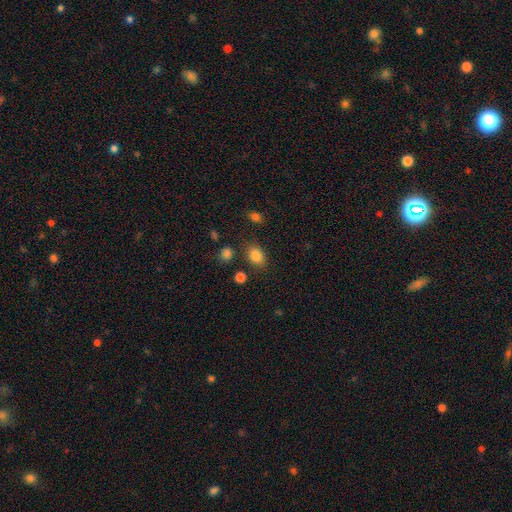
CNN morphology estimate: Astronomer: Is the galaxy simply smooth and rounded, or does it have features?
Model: smooth — 84%.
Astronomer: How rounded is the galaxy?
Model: in between — 72%.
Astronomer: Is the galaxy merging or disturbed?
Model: none — 80%.